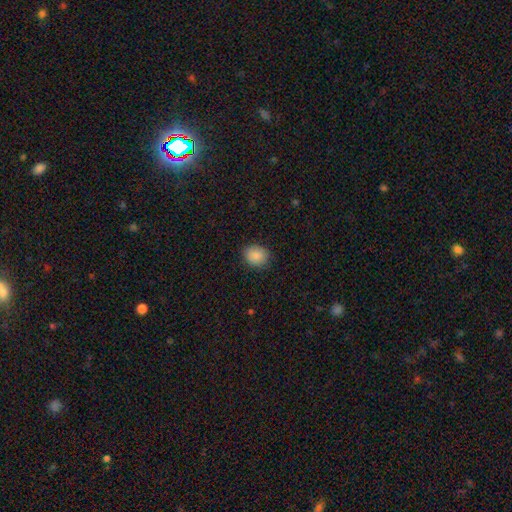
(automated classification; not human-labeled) A smooth galaxy with no disk features (87%) that is round (61%). Merging: none (88%).